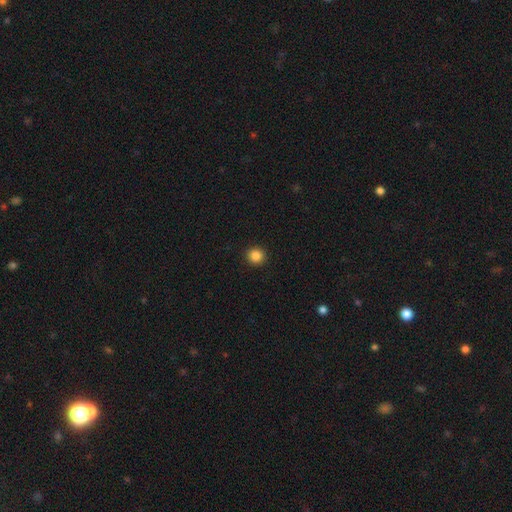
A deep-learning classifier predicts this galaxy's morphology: smooth 86%, star or artifact 11%, featured or disk 3%. Down the decision tree: how rounded — round (92%); merging — none (93%).